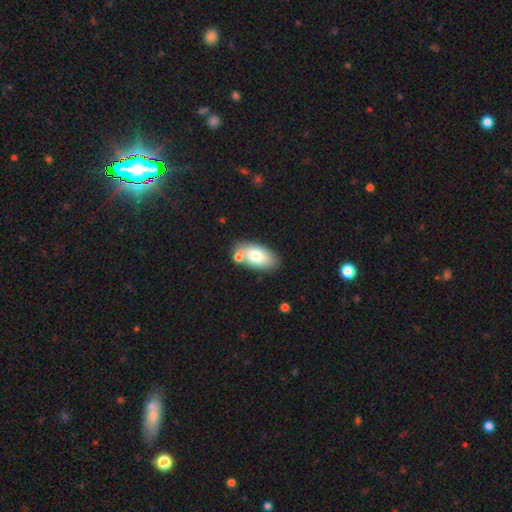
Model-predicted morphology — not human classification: A smooth galaxy with no disk features (74%) that is in between round and cigar-shaped (94%).

Vote fractions:
- Smooth or featured? smooth: 74% / featured or disk: 19% / star or artifact: 7%
- How rounded? in between: 94% / round: 4% / cigar-shaped: 2%
- Merging? none: 62% / merger: 19% / minor disturbance: 15% / major disturbance: 4%